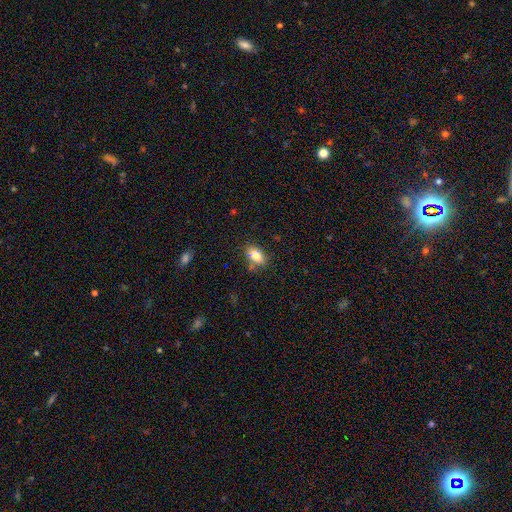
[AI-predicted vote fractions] This appears to be a smooth galaxy with no disk features (79%) that is in between round and cigar-shaped (85%). Merging: none (66%).